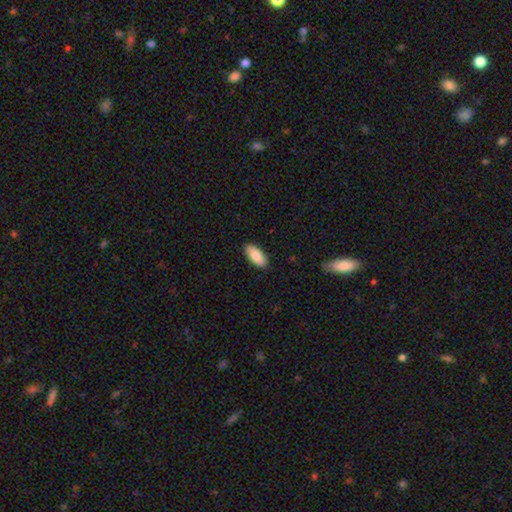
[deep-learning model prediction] This appears to be a smooth galaxy with no disk features (84%) that is in between round and cigar-shaped (90%). Merging: none (89%).